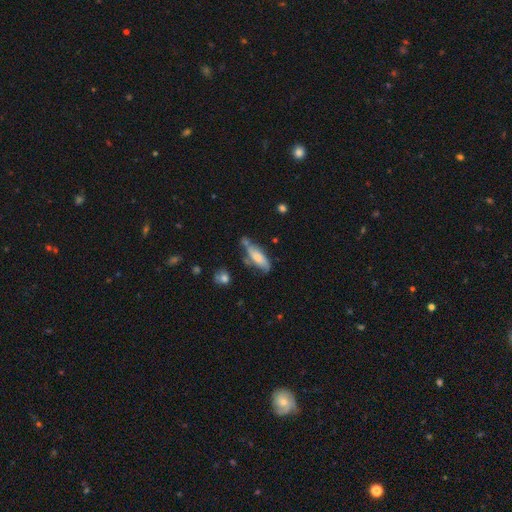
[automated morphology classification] A smooth galaxy with no disk features (58%) that is in between round and cigar-shaped (63%). Merging: none (48%).